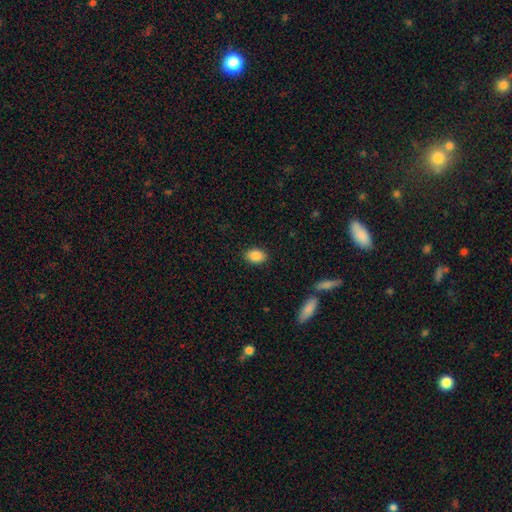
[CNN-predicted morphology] Smooth or featured? smooth (88%)
How rounded? in between (83%)
Merging? none (89%)